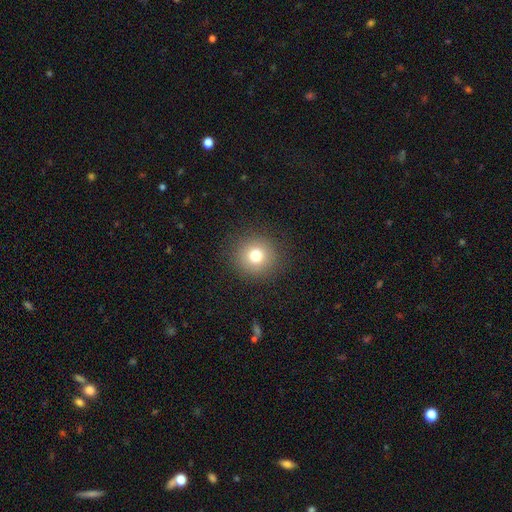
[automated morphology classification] smooth 77%, star or artifact 14%, featured or disk 10%. Down the decision tree: how rounded — round (94%); merging — none (90%).